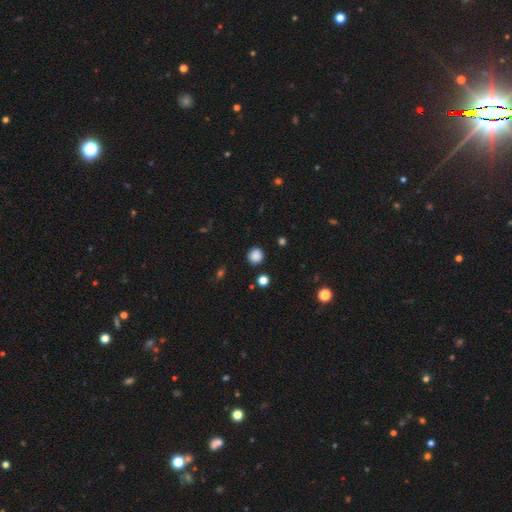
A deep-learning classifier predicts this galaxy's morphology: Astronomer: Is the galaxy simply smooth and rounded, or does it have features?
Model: smooth — 86%.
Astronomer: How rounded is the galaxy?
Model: round — 91%.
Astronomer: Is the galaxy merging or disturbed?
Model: none — 89%.